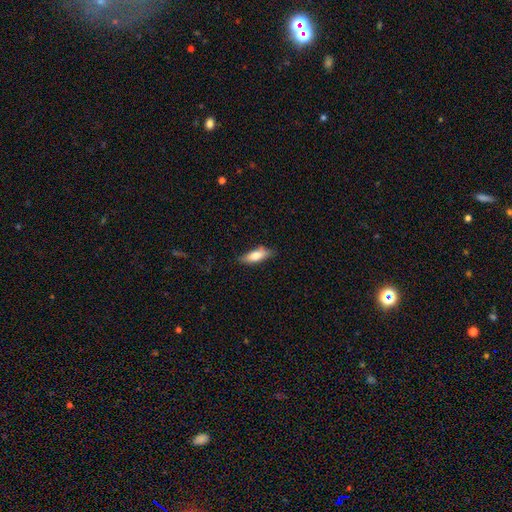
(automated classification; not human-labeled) A smooth galaxy with no disk features (74%) that is in between round and cigar-shaped (66%). Merging: none (74%).